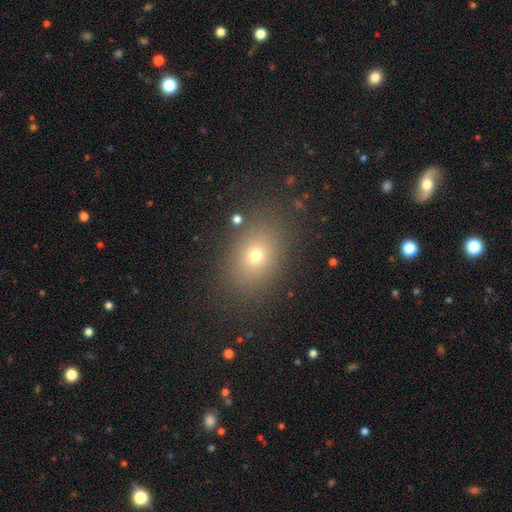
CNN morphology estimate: Q: Smooth or featured?
A: smooth (68%); runner-up: star or artifact (19%)
Q: How rounded?
A: in between (65%); runner-up: round (34%)
Q: Merging?
A: none (85%); runner-up: minor disturbance (9%)